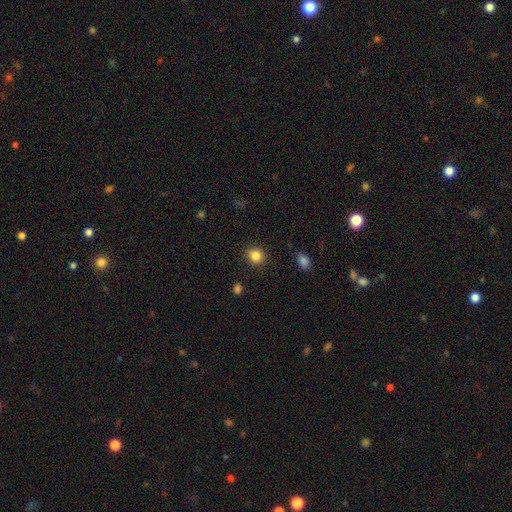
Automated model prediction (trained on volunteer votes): smooth 85%, star or artifact 10%, featured or disk 4%. Down the decision tree: how rounded — round (78%); merging — none (89%).